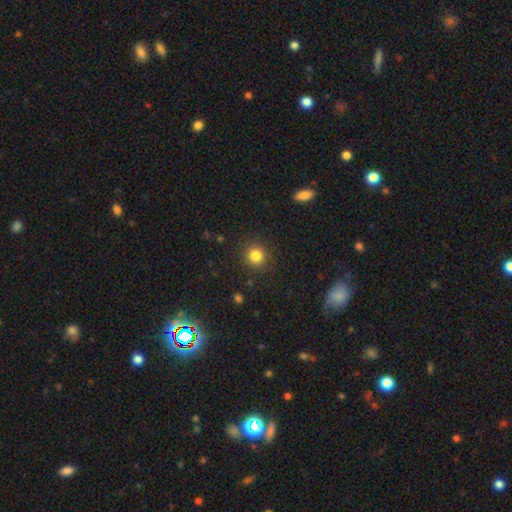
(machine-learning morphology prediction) The model was most divided on "smooth or featured": smooth: 83%, star or artifact: 12%, featured or disk: 5%. More confident: how rounded — round (93%); merging — none (89%).